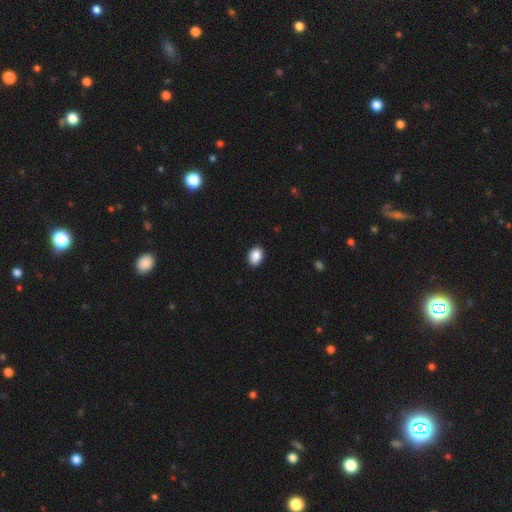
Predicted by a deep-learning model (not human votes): Q: Smooth or featured?
A: smooth (89%); runner-up: star or artifact (8%)
Q: How rounded?
A: in between (75%); runner-up: round (24%)
Q: Merging?
A: none (89%); runner-up: minor disturbance (9%)